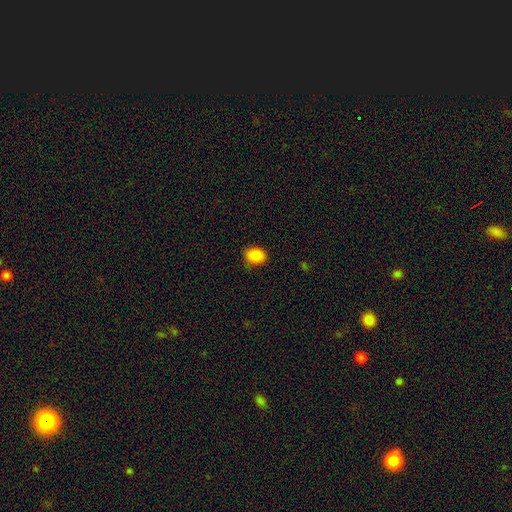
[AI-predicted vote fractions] smooth-or-featured: smooth: 86% | star or artifact: 9% | featured or disk: 5%
  how-rounded: in between: 56% | round: 43% | cigar-shaped: 1%
  merging: none: 81% | minor disturbance: 15% | major disturbance: 3% | merger: 1%